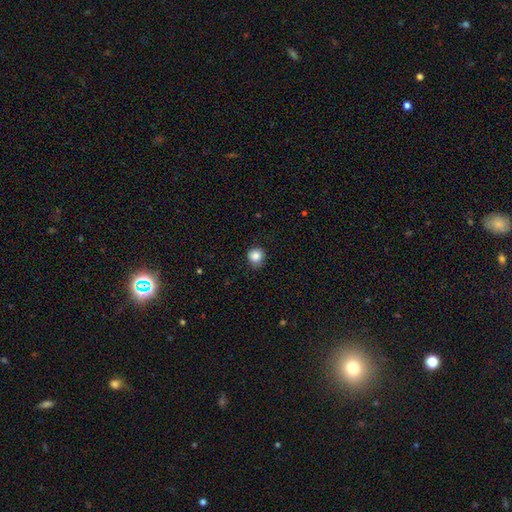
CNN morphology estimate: smooth-or-featured: smooth: 85% | star or artifact: 10% | featured or disk: 5%
  how-rounded: round: 90% | in between: 9% | cigar-shaped: 1%
  merging: none: 81% | minor disturbance: 15% | major disturbance: 3% | merger: 1%